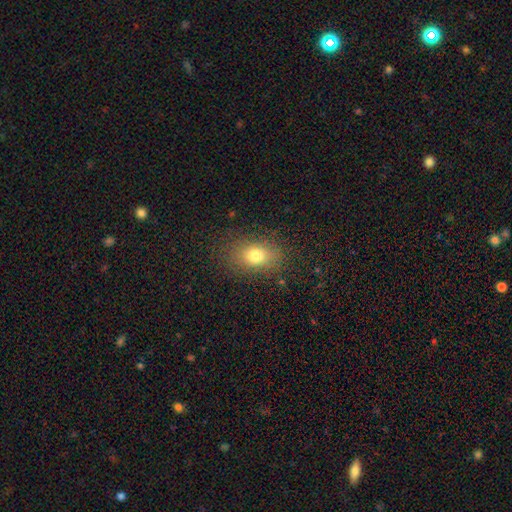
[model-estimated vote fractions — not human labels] The model was most divided on "how rounded": in between: 76%, round: 22%, cigar-shaped: 2%. More confident: merging — none (83%); smooth or featured — smooth (77%).